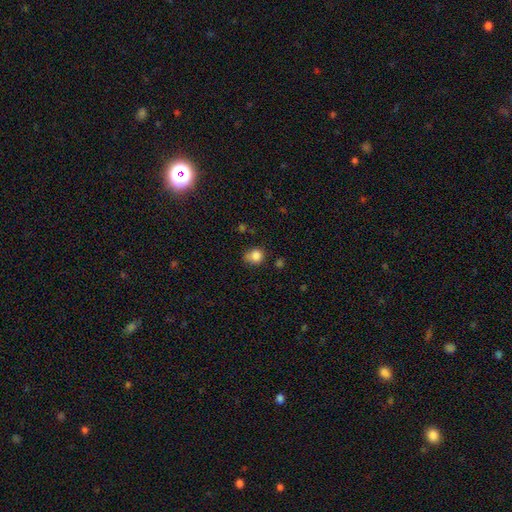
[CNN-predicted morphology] A smooth galaxy with no disk features (84%) that is round (73%).

Vote fractions:
- Smooth or featured? smooth: 84% / star or artifact: 11% / featured or disk: 5%
- How rounded? round: 73% / in between: 26% / cigar-shaped: 1%
- Merging? none: 58% / minor disturbance: 29% / major disturbance: 8% / merger: 5%